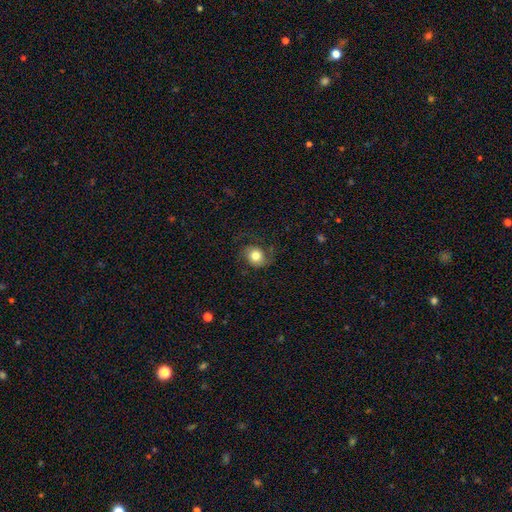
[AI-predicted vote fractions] smooth-or-featured: smooth: 69% | featured or disk: 23% | star or artifact: 8%
  how-rounded: round: 63% | in between: 36% | cigar-shaped: 1%
  merging: none: 61% | minor disturbance: 21% | major disturbance: 17% | merger: 1%